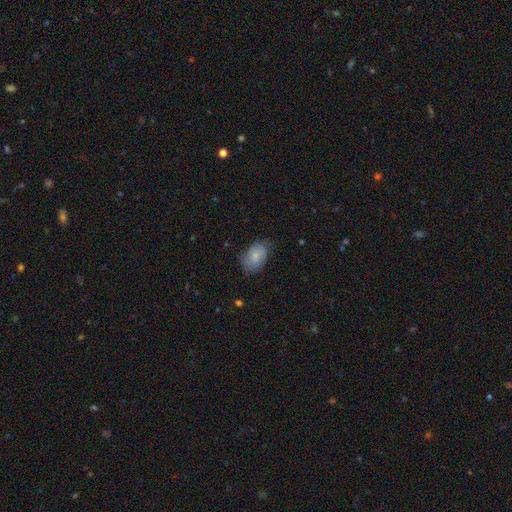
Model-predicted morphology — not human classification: Smooth or featured? smooth (56%)
How rounded? in between (82%)
Merging? none (64%)